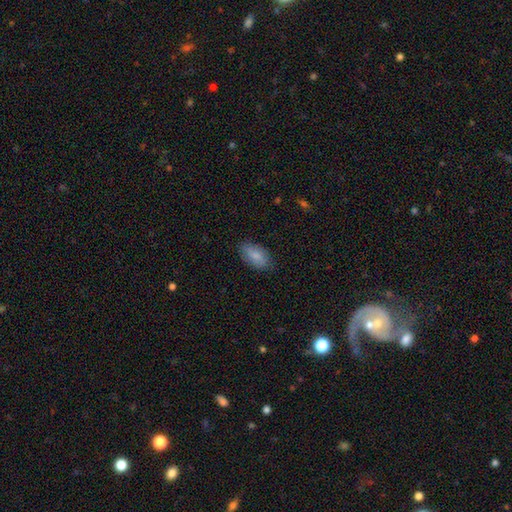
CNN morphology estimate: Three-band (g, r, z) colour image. It shows a smooth galaxy with no disk features (85%) that is in between round and cigar-shaped (91%). Merging: none (83%).